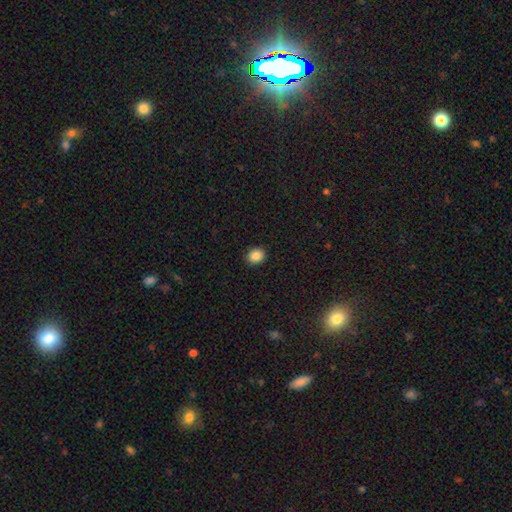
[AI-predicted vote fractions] This appears to be a smooth galaxy with no disk features (88%) that is round (70%). Merging: none (92%).